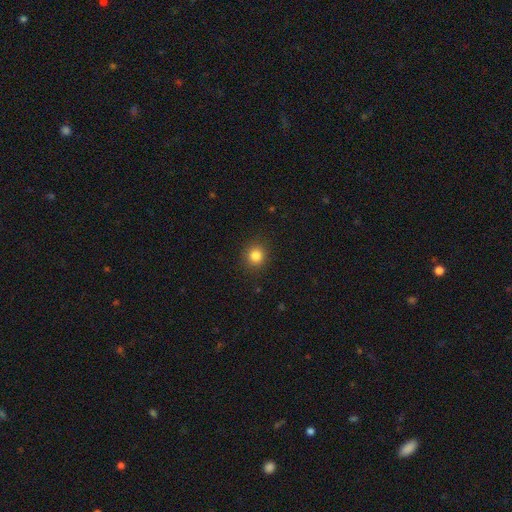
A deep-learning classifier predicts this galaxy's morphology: This appears to be a smooth galaxy with no disk features (84%) that is round (88%). Merging: none (90%).